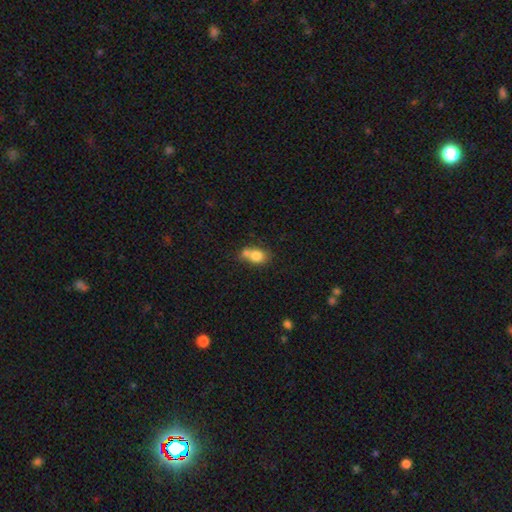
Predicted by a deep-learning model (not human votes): Smooth or featured: smooth — 78% (featured or disk — 12%)
How rounded: in between — 51% (round — 47%)
Merging: merger — 49% (none — 34%)